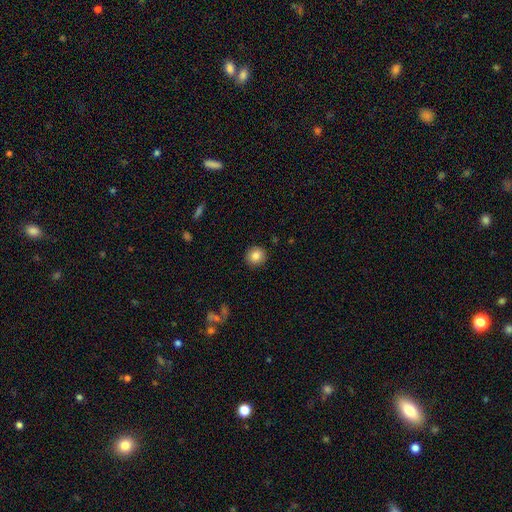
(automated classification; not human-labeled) smooth_or_featured: smooth (p=0.84) [alt: star or artifact p=0.09]
how_rounded: round (p=0.90) [alt: in between p=0.09]
merging: none (p=0.92) [alt: minor disturbance p=0.06]